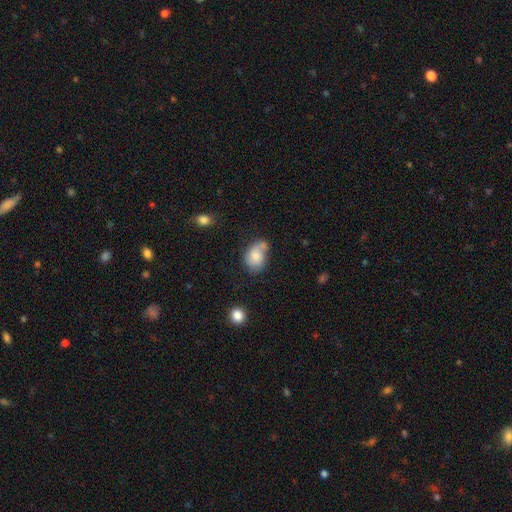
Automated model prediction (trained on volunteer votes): Smooth or featured: smooth — 67% (featured or disk — 25%)
How rounded: in between — 72% (round — 27%)
Merging: none — 36% (minor disturbance — 27%)